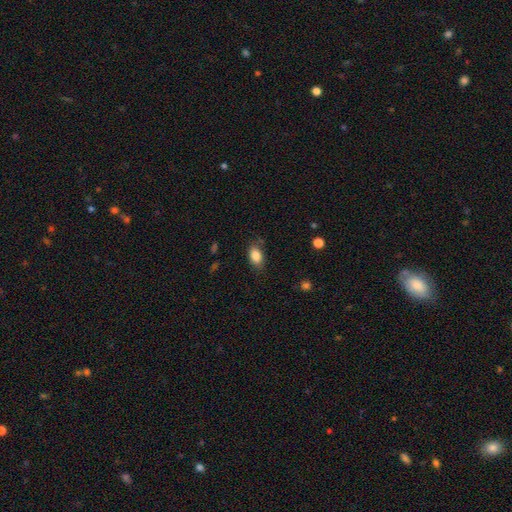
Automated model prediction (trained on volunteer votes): Smooth or featured? smooth (85%)
How rounded? in between (88%)
Merging? none (78%)